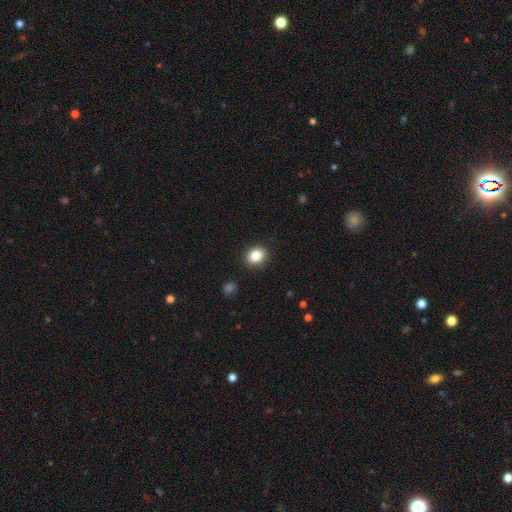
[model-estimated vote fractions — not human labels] Smooth or featured?
  - smooth: 86% *
  - star or artifact: 9%
  - featured or disk: 5%
How rounded?
  - round: 50% *
  - in between: 49%
  - cigar-shaped: 1%
Merging?
  - none: 89% *
  - minor disturbance: 8%
  - major disturbance: 2%
  - merger: 1%